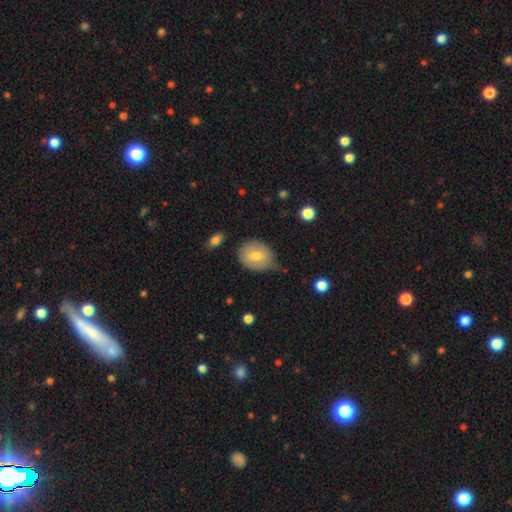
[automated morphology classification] Smooth or featured: smooth — 67% (featured or disk — 24%)
How rounded: round — 58% (in between — 41%)
Merging: none — 54% (minor disturbance — 35%)